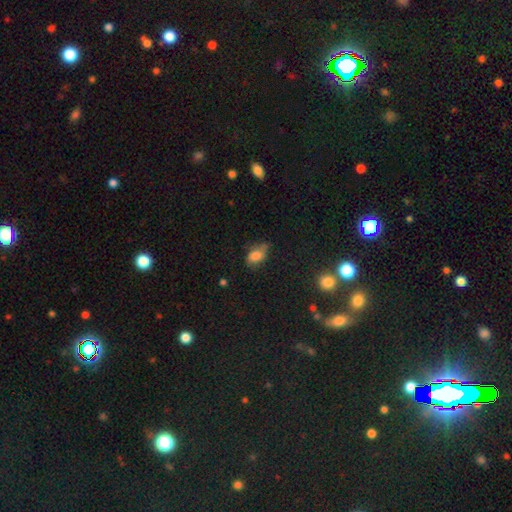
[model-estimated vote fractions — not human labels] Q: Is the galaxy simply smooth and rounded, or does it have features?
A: smooth — 74%.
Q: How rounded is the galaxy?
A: in between — 86%.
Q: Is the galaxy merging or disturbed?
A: none — 48%.